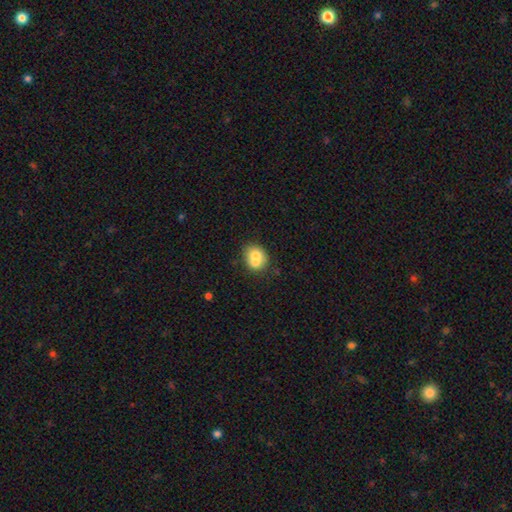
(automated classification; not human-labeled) Smooth or featured?
  - smooth: 72% *
  - featured or disk: 19%
  - star or artifact: 9%
How rounded?
  - round: 62% *
  - in between: 37%
  - cigar-shaped: 1%
Merging?
  - merger: 44% *
  - none: 41%
  - minor disturbance: 12%
  - major disturbance: 4%